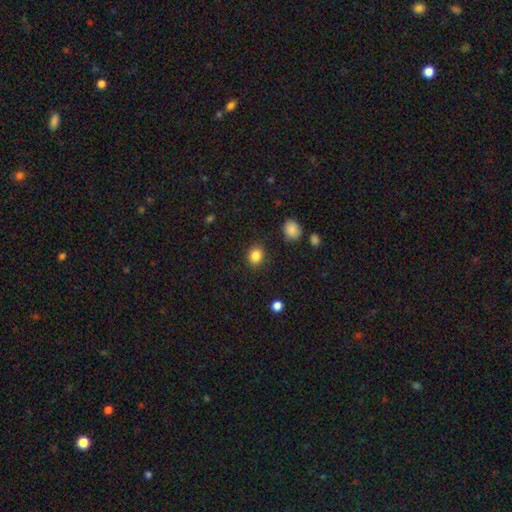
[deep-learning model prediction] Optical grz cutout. It shows a smooth galaxy with no disk features (86%) that is round (63%). Merging: none (88%).